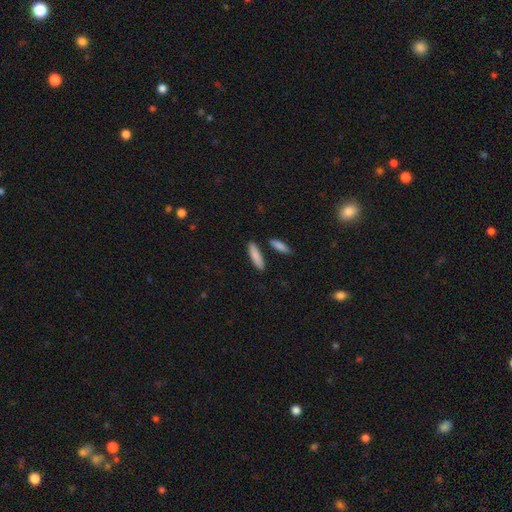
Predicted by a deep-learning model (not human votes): Morphology: type=smooth (85%); roundness=cigar-shaped (70%); merging=none (82%).